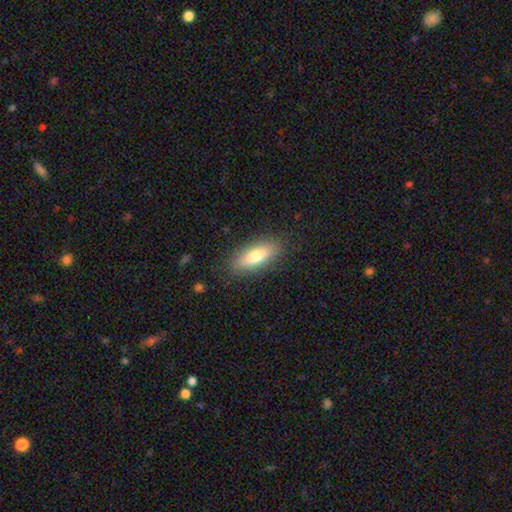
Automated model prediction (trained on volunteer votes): Smooth or featured?
  - smooth: 73% *
  - featured or disk: 20%
  - star or artifact: 7%
How rounded?
  - in between: 65% *
  - cigar-shaped: 32%
  - round: 2%
Merging?
  - none: 85% *
  - minor disturbance: 11%
  - major disturbance: 3%
  - merger: 1%